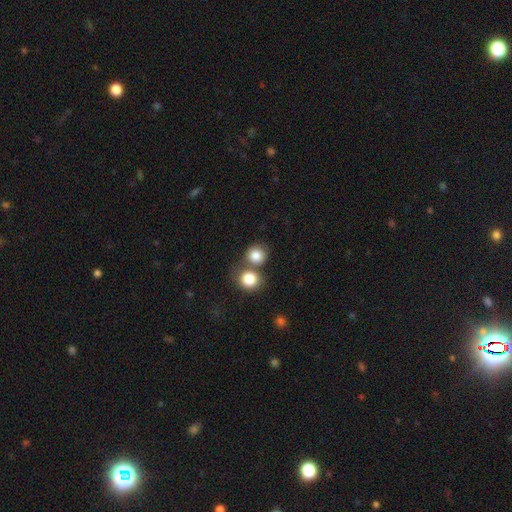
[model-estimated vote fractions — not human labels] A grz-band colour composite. It shows a smooth galaxy with no disk features (83%) that is round (85%). Merging: none (47%).